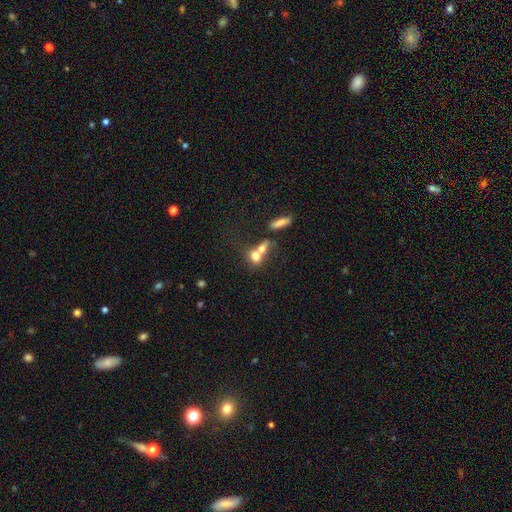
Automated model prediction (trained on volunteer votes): A smooth galaxy with no disk features (70%) that is round (49%).

Vote fractions:
- Smooth or featured? smooth: 70% / featured or disk: 18% / star or artifact: 11%
- How rounded? round: 49% / in between: 46% / cigar-shaped: 5%
- Merging? merger: 65% / none: 23% / minor disturbance: 7% / major disturbance: 5%